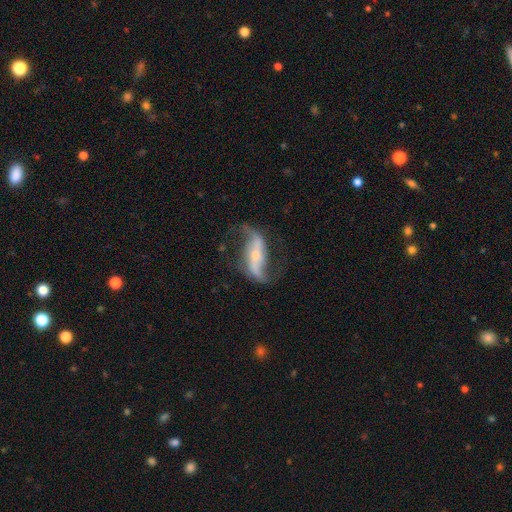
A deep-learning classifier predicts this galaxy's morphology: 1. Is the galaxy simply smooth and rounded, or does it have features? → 87% featured or disk, 7% smooth, 5% star or artifact.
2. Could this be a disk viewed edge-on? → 91% no, 9% yes.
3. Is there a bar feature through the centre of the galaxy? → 49% strong, 26% no, 25% weak.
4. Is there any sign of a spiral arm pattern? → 95% yes, 5% no.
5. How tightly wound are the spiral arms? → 81% loose, 14% medium, 5% tight.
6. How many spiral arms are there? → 93% 2, 2% 1, 2% can't tell, 1% 3, 1% 4, 1% more than 4.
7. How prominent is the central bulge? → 63% small, 29% moderate, 3% none, 3% large, 1% dominant.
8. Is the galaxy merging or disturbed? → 72% none, 15% minor disturbance, 10% major disturbance, 2% merger.